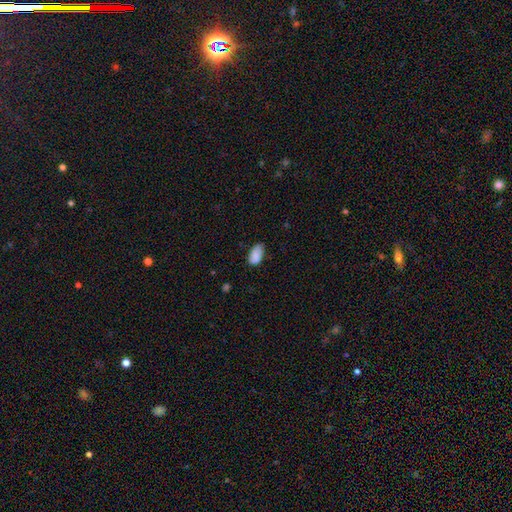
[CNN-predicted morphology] Smooth or featured? Predicted: smooth (p=0.86). How rounded? Predicted: in between (p=0.94). Merging? Predicted: none (p=0.63).